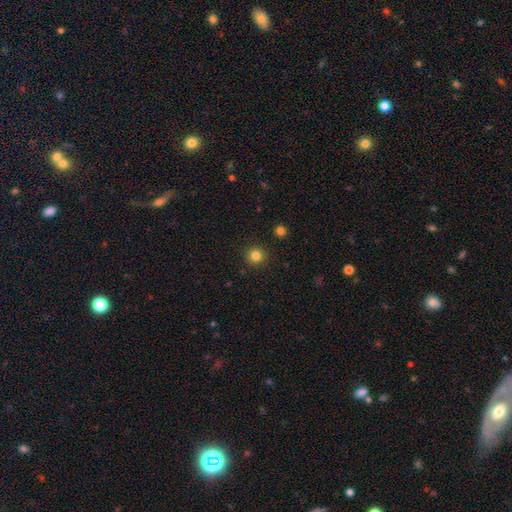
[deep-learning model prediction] This is clearly a smooth galaxy (83%). How rounded: clearly round (95%). Merging: clearly none (92%).